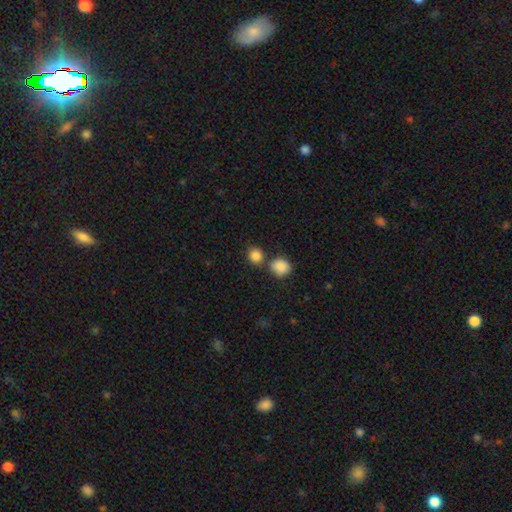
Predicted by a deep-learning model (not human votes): Smooth or featured? smooth (86%)
How rounded? round (81%)
Merging? none (64%)